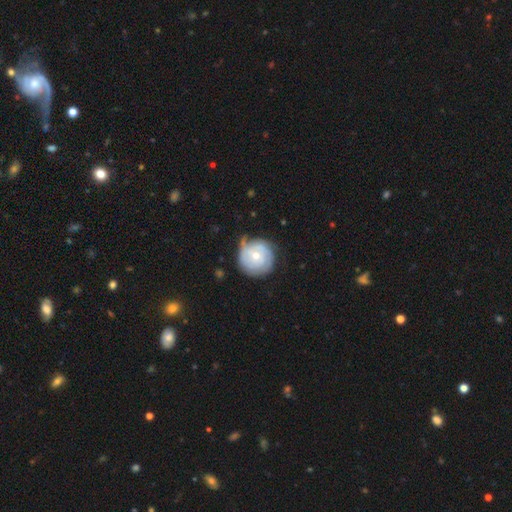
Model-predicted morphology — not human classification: This is possibly a featured or disk galaxy (59%). It is clearly not viewed edge-on (97%). Bar: likely no (80%). Spiral arm pattern: likely yes (73%). Central bulge: possibly moderate (57%). Merging: likely none (62%).